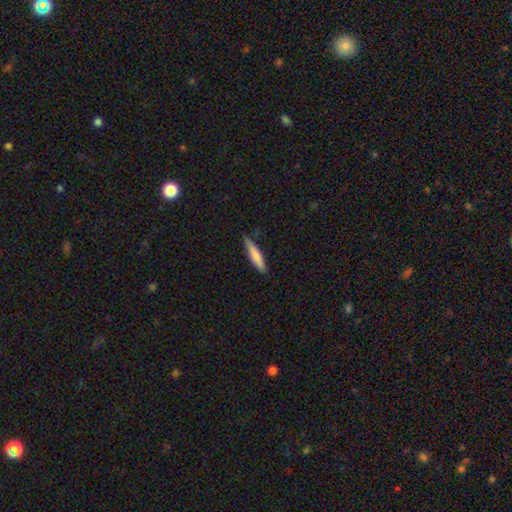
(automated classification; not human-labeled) A smooth galaxy with no disk features (78%) that is cigar-shaped (86%). Merging: none (80%).